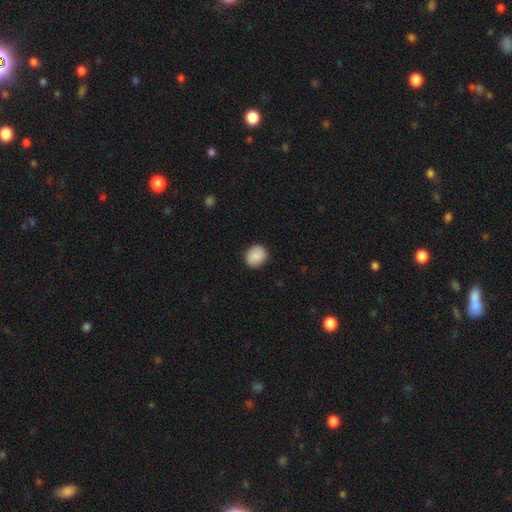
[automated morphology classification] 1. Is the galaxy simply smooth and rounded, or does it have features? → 89% smooth, 7% star or artifact, 4% featured or disk.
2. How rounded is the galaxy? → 73% round, 27% in between, 1% cigar-shaped.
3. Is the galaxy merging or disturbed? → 89% none, 8% minor disturbance, 2% major disturbance, 1% merger.